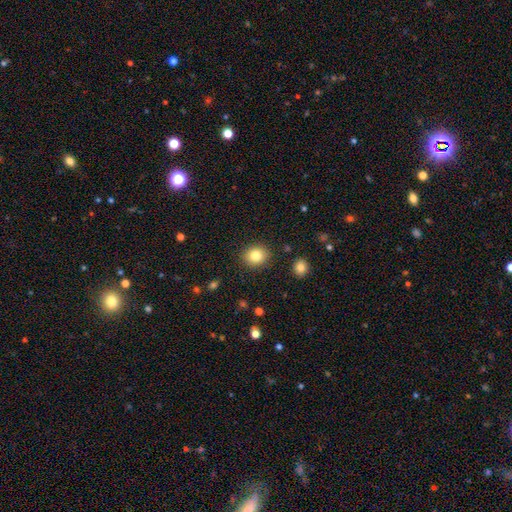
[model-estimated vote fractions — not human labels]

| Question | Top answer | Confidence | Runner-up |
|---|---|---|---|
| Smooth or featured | smooth | 83% | star or artifact (10%) |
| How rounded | round | 76% | in between (23%) |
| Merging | none | 90% | minor disturbance (7%) |